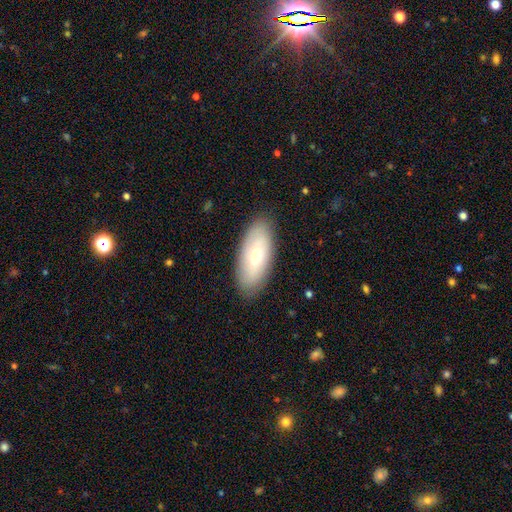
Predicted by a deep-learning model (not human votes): The model was most divided on "smooth or featured": smooth: 60%, featured or disk: 34%, star or artifact: 6%. More confident: merging — none (87%); how rounded — in between (85%).